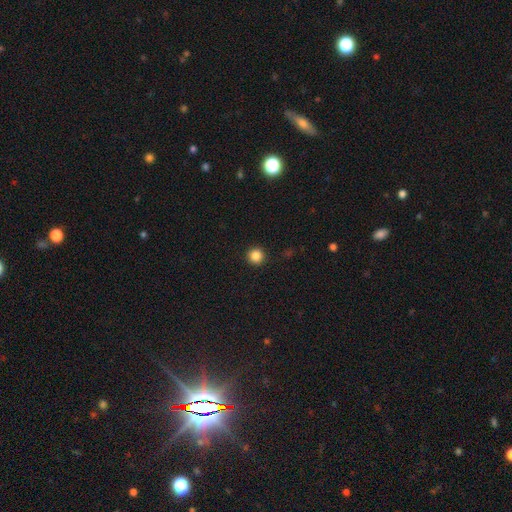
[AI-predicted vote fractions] smooth 85%, star or artifact 11%, featured or disk 4%. Down the decision tree: how rounded — round (96%); merging — none (93%).